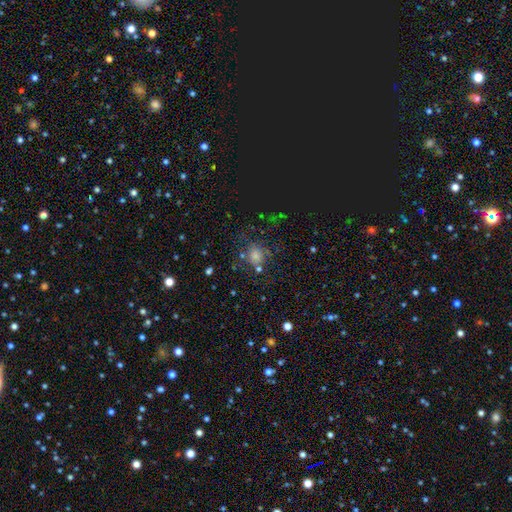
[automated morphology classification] Smooth or featured? Predicted: smooth (p=0.66). How rounded? Predicted: round (p=0.78). Merging? Predicted: none (p=0.64).